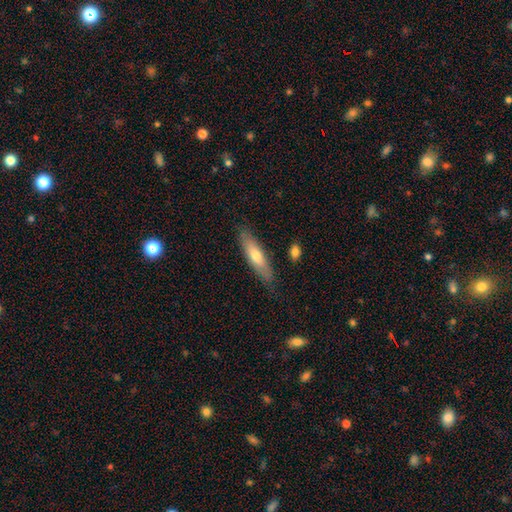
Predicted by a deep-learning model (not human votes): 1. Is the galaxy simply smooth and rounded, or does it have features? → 59% smooth, 34% featured or disk, 6% star or artifact.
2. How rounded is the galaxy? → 69% cigar-shaped, 29% in between, 2% round.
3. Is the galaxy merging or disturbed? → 82% none, 14% minor disturbance, 3% major disturbance, 2% merger.